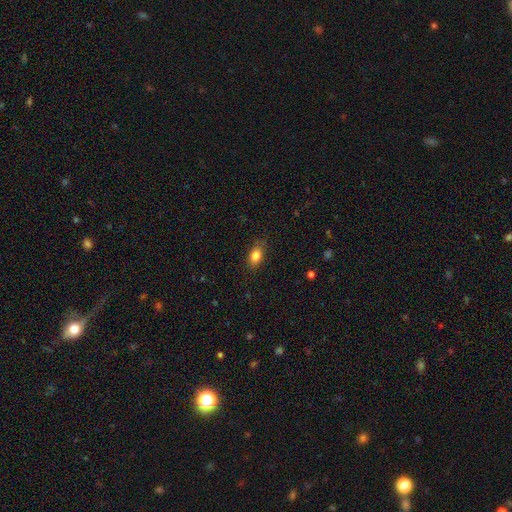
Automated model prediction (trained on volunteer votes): Smooth or featured? smooth (84%)
How rounded? in between (85%)
Merging? none (82%)